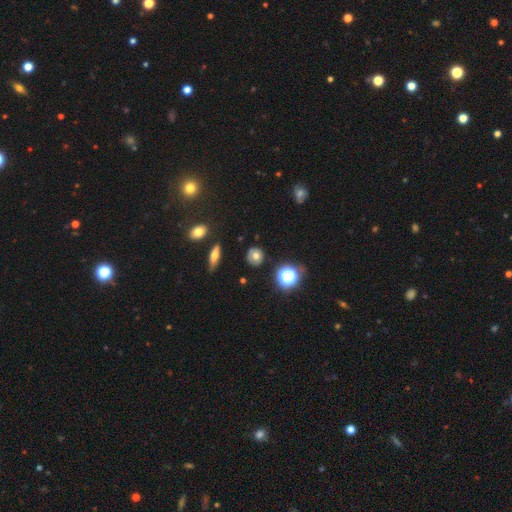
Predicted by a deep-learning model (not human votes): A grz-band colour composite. It shows a smooth galaxy with no disk features (66%) that is round (86%). Merging: none (84%).